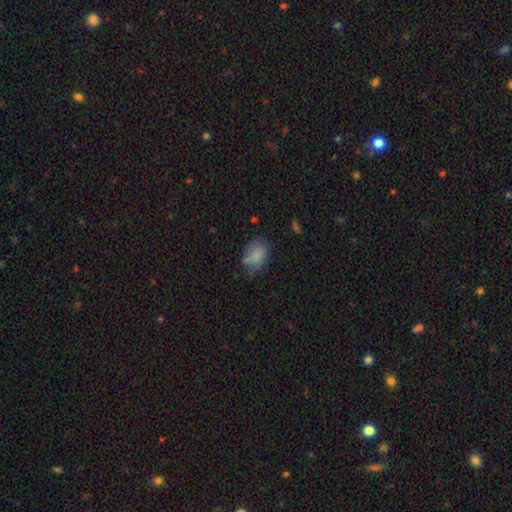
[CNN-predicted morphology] Q: Smooth or featured?
A: smooth (78%); runner-up: featured or disk (13%)
Q: How rounded?
A: in between (77%); runner-up: round (21%)
Q: Merging?
A: none (54%); runner-up: minor disturbance (30%)